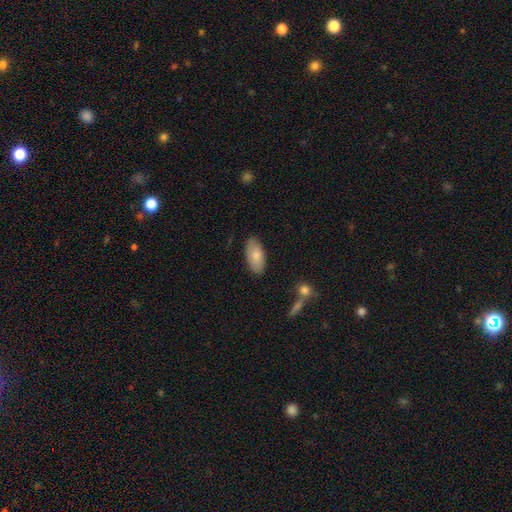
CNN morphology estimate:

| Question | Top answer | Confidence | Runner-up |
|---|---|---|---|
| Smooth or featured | smooth | 81% | featured or disk (13%) |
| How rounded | in between | 93% | cigar-shaped (5%) |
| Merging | none | 85% | minor disturbance (12%) |